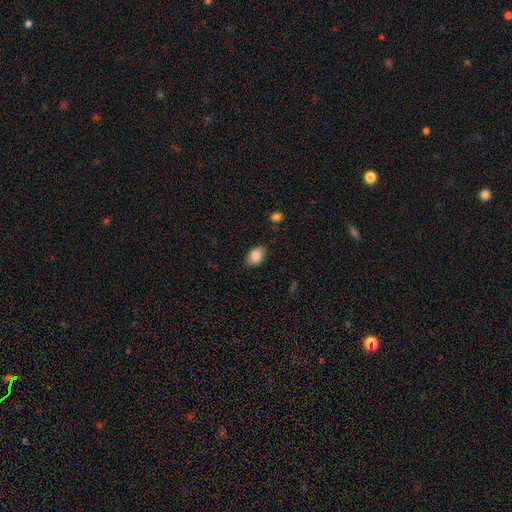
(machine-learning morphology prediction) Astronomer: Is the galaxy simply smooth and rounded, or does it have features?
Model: smooth — 86%.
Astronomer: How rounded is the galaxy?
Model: in between — 84%.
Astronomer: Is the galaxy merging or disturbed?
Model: none — 82%.